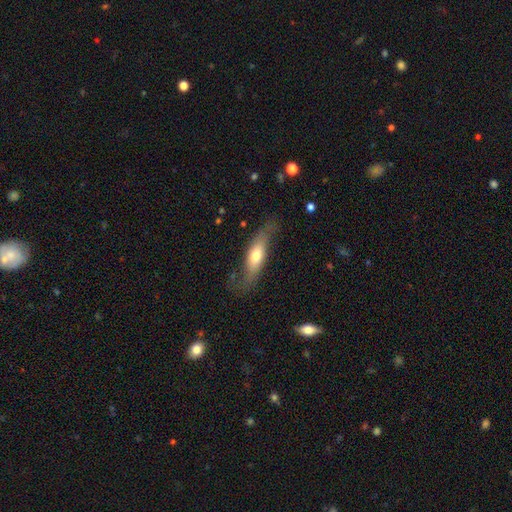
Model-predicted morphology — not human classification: A smooth galaxy with no disk features (53%) that is in between round and cigar-shaped (49%). Merging: none (67%).